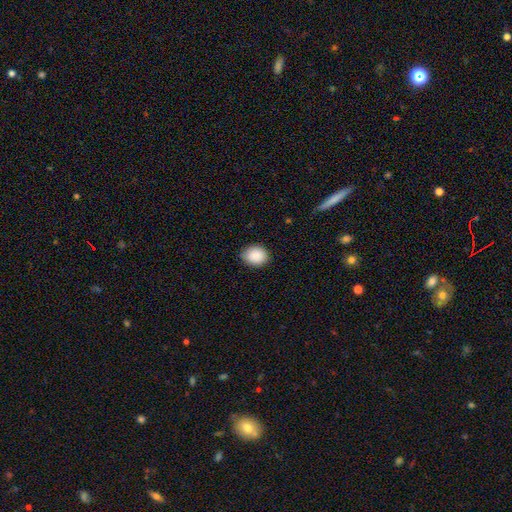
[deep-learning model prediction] smooth-or-featured: smooth: 90% | star or artifact: 7% | featured or disk: 3%
  how-rounded: round: 53% | in between: 46% | cigar-shaped: 1%
  merging: none: 86% | minor disturbance: 11% | major disturbance: 2% | merger: 1%